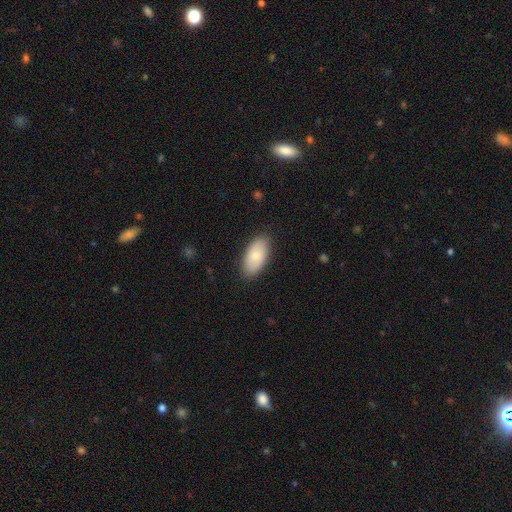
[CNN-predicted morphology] Smooth or featured? smooth (81%)
How rounded? in between (94%)
Merging? none (85%)